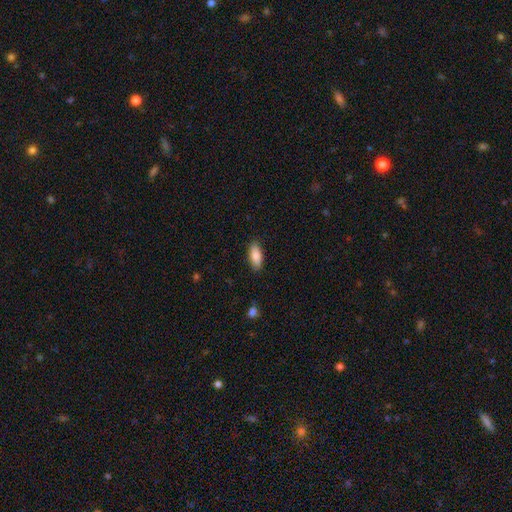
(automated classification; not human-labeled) Smooth or featured: smooth — 84% (featured or disk — 10%)
How rounded: in between — 81% (cigar-shaped — 17%)
Merging: none — 87% (minor disturbance — 10%)